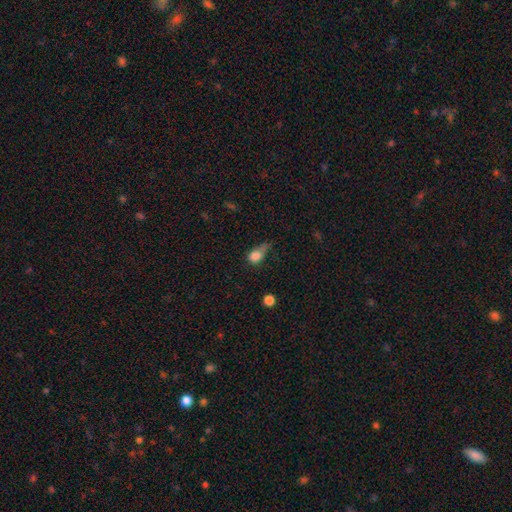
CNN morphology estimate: A smooth galaxy with no disk features (80%) that is in between round and cigar-shaped (58%). Merging: minor disturbance (38%).